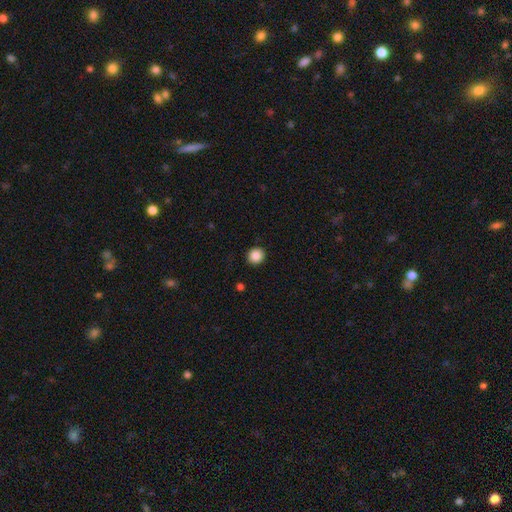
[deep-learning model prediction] Smooth or featured: smooth — 88% (star or artifact — 9%)
How rounded: round — 89% (in between — 10%)
Merging: none — 92% (minor disturbance — 5%)